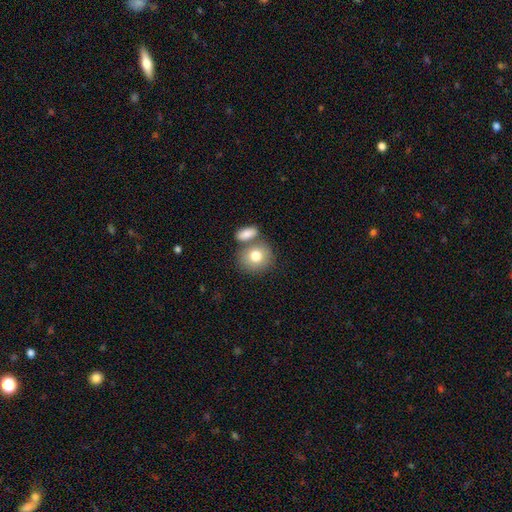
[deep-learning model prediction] This appears to be a smooth galaxy with no disk features (78%) that is round (70%). Merging: none (56%).